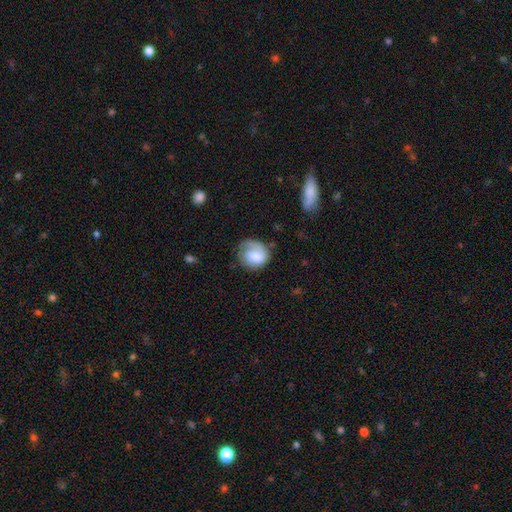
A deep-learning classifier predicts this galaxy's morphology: Smooth or featured?
  - smooth: 64% *
  - featured or disk: 29%
  - star or artifact: 7%
How rounded?
  - round: 72% *
  - in between: 27%
  - cigar-shaped: 1%
Merging?
  - none: 55% *
  - minor disturbance: 27%
  - major disturbance: 16%
  - merger: 2%